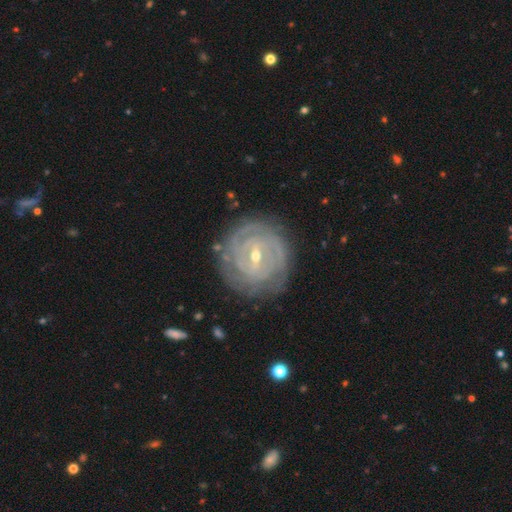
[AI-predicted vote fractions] Morphology: type=featured or disk (88%); edge-on=no (96%); bar=weak (51%); spiral arms=yes (95%); winding=tight (83%); arm count=can't tell (32%); bulge=small (60%); merging=none (82%).